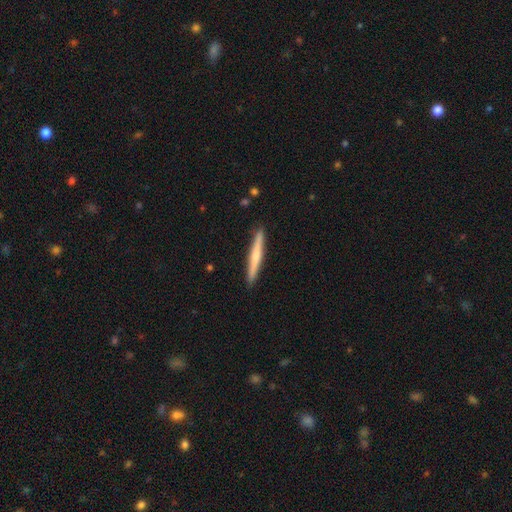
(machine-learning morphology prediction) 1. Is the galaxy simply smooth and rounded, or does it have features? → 52% smooth, 43% featured or disk, 5% star or artifact.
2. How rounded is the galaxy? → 96% cigar-shaped, 3% in between, 1% round.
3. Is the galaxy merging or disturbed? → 91% none, 6% minor disturbance, 1% major disturbance, 1% merger.